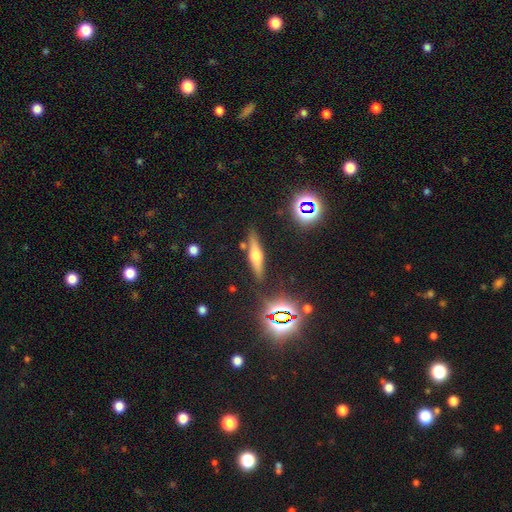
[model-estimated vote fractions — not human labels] This is possibly a featured or disk galaxy (56%). It is clearly viewed edge-on (94%). Edge-on bulge: clearly rounded (92%). Merging: clearly none (83%).